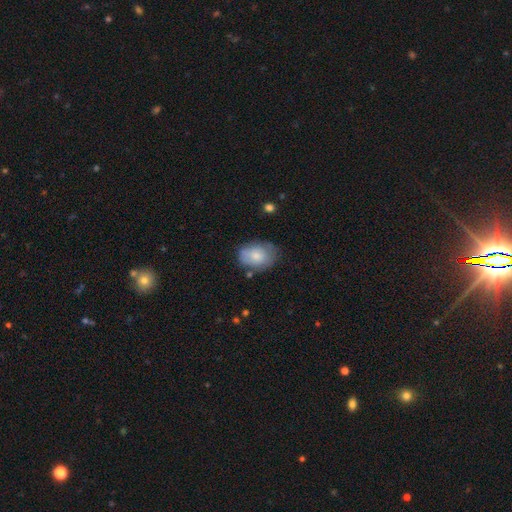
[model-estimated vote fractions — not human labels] Q: Smooth or featured?
A: smooth (73%); runner-up: featured or disk (20%)
Q: How rounded?
A: in between (77%); runner-up: round (22%)
Q: Merging?
A: none (61%); runner-up: minor disturbance (28%)